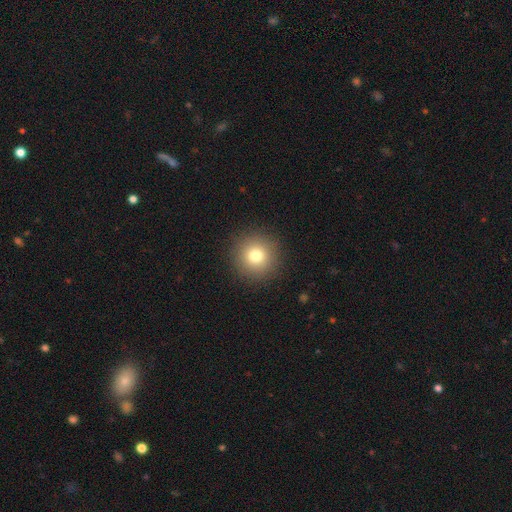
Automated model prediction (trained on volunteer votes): This appears to be a smooth galaxy with no disk features (77%) that is round (95%). Merging: none (91%).